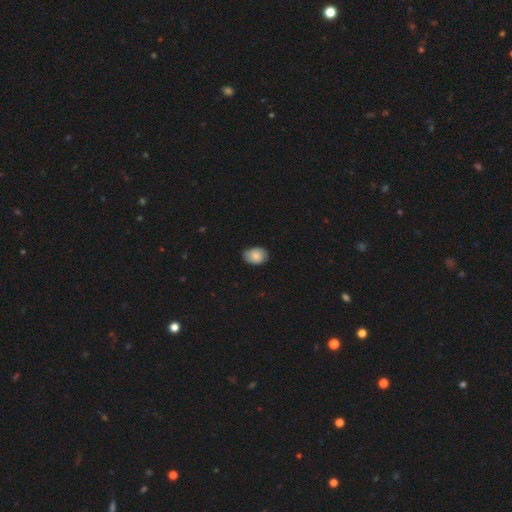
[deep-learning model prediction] The model was most divided on "how rounded": in between: 74%, round: 25%, cigar-shaped: 1%. More confident: smooth or featured — smooth (81%); merging — none (80%).